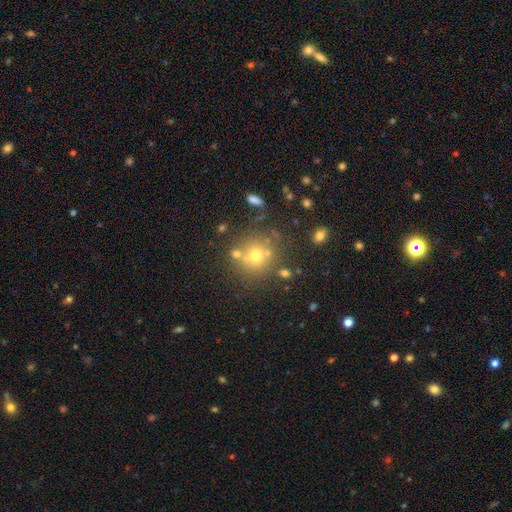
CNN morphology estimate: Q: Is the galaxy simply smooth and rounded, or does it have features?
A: smooth — 62%.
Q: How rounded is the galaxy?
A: round — 87%.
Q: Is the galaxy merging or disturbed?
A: none — 67%.